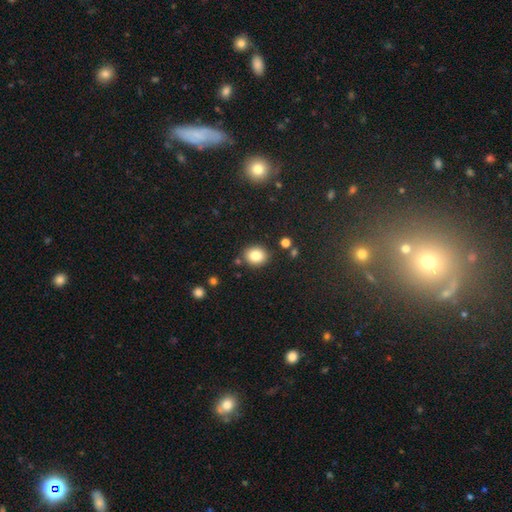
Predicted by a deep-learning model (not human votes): Smooth or featured: smooth — 83% (star or artifact — 10%)
How rounded: round — 64% (in between — 35%)
Merging: none — 84% (minor disturbance — 9%)